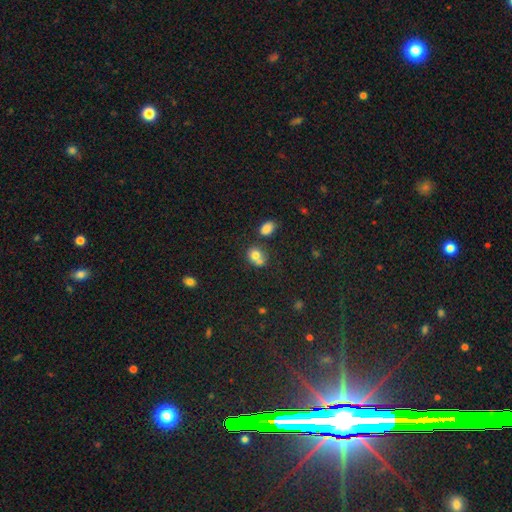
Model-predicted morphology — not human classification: smooth 76%, featured or disk 12%, star or artifact 12%. Down the decision tree: how rounded — round (65%); merging — merger (47%).